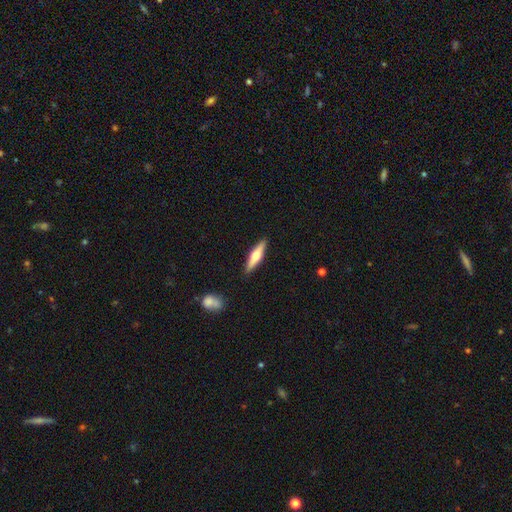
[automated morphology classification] The model was most divided on "smooth or featured": featured or disk: 51%, smooth: 43%, star or artifact: 6%. More confident: edge-on disk — yes (96%); merging — none (89%).